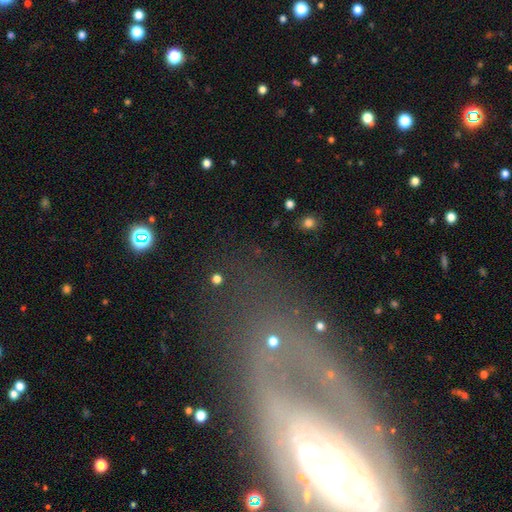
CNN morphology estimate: Smooth or featured: featured or disk — 61% (smooth — 20%)
Edge-on disk: no — 80% (yes — 20%)
Merging: none — 55% (major disturbance — 22%)